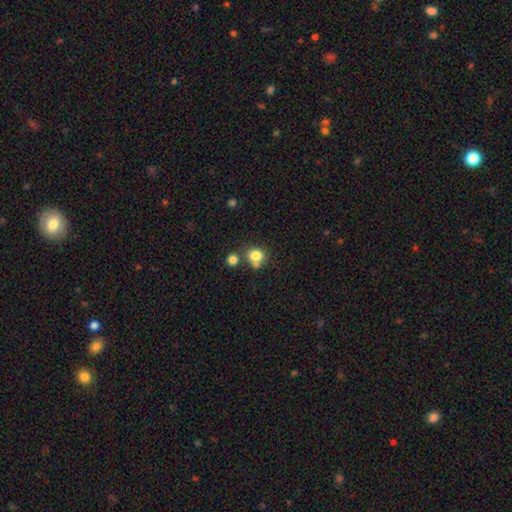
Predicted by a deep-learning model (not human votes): Smooth or featured? Predicted: smooth (p=0.79). How rounded? Predicted: round (p=0.72). Merging? Predicted: none (p=0.55).